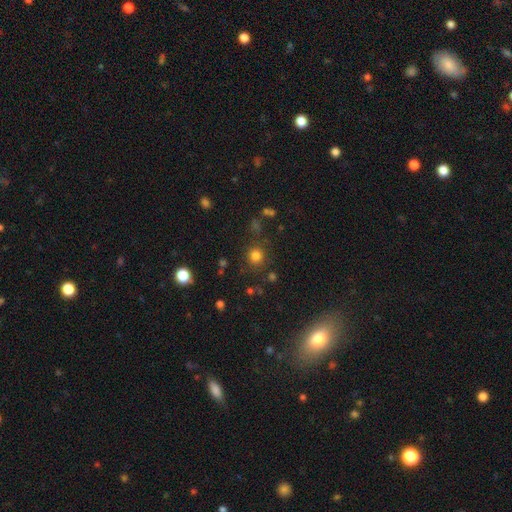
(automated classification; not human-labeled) Q: Smooth or featured?
A: smooth (79%); runner-up: star or artifact (16%)
Q: How rounded?
A: round (91%); runner-up: in between (8%)
Q: Merging?
A: none (84%); runner-up: minor disturbance (9%)